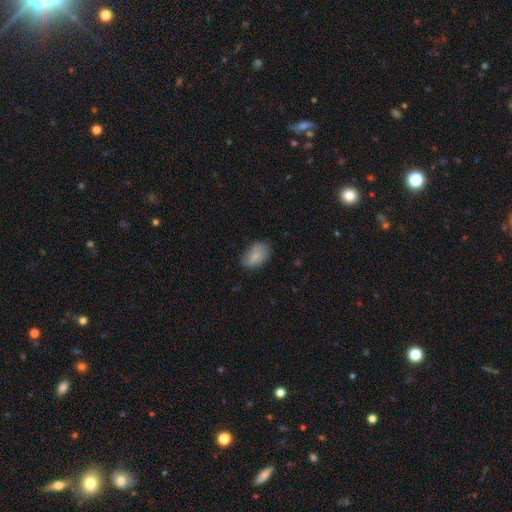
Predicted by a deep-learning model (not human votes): Smooth or featured? Predicted: smooth (p=0.81). How rounded? Predicted: in between (p=0.90). Merging? Predicted: none (p=0.69).